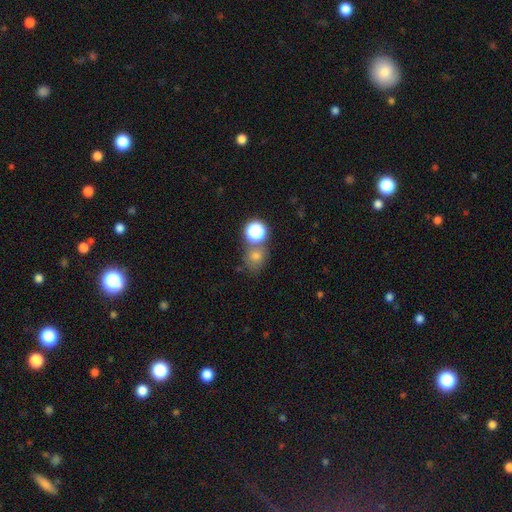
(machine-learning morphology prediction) This appears to be a smooth galaxy with no disk features (65%) that is round (74%). Merging: none (64%).